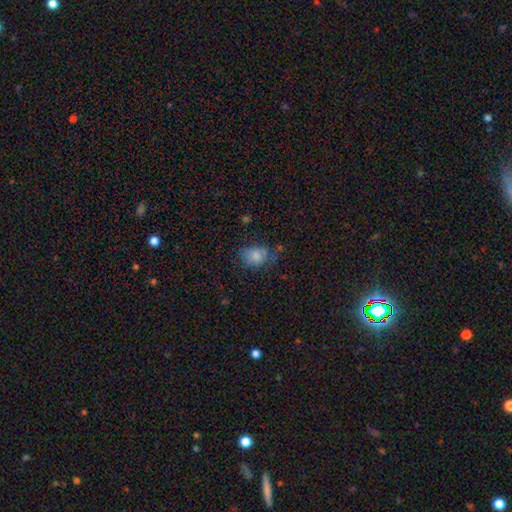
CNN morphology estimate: Smooth or featured?
  - smooth: 81% *
  - star or artifact: 11%
  - featured or disk: 8%
How rounded?
  - in between: 55% *
  - round: 44%
  - cigar-shaped: 1%
Merging?
  - none: 55% *
  - minor disturbance: 28%
  - major disturbance: 11%
  - merger: 6%